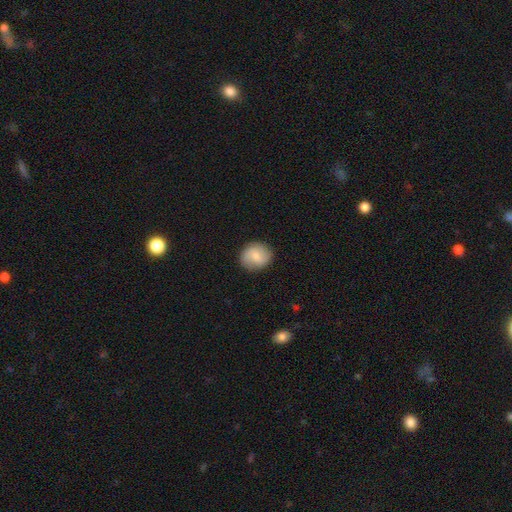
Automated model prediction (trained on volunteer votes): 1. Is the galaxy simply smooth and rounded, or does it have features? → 70% smooth, 23% featured or disk, 7% star or artifact.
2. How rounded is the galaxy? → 79% round, 20% in between, 1% cigar-shaped.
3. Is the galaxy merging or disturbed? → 86% none, 10% minor disturbance, 3% major disturbance, 1% merger.